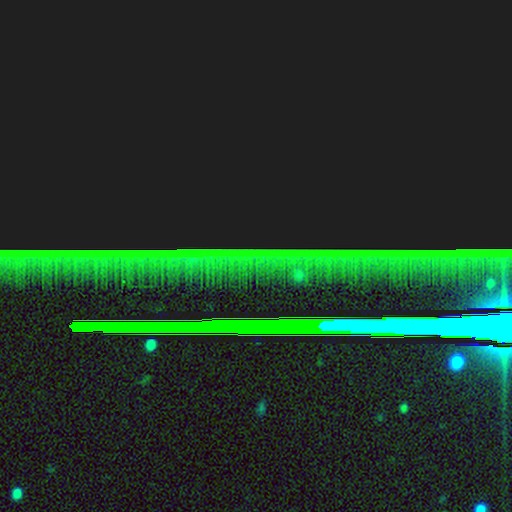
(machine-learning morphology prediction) This is clearly a star or artifact rather than a galaxy (85%).